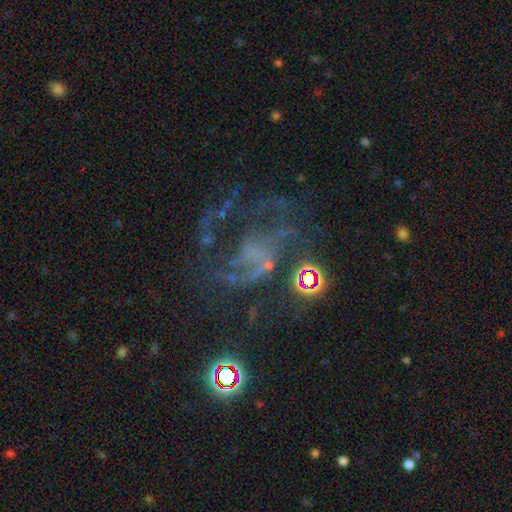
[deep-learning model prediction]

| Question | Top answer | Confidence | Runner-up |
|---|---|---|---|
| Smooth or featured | featured or disk | 65% | star or artifact (24%) |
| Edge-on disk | no | 97% | yes (3%) |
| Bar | no | 64% | weak (27%) |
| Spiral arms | yes | 71% | no (29%) |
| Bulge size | none | 61% | small (24%) |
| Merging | none | 40% | major disturbance (38%) |